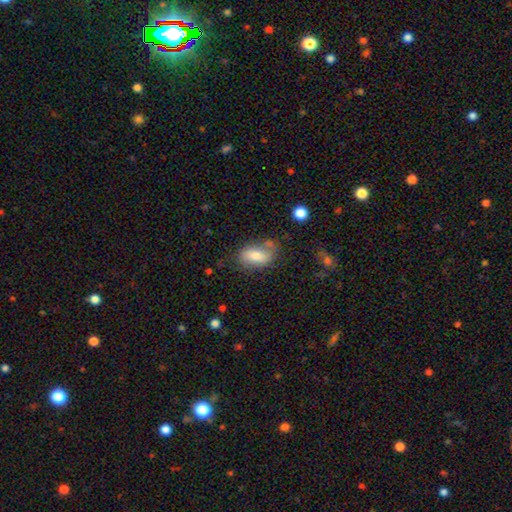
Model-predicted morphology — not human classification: smooth-or-featured: smooth: 73% | featured or disk: 19% | star or artifact: 8%
  how-rounded: in between: 90% | round: 7% | cigar-shaped: 3%
  merging: none: 57% | minor disturbance: 25% | major disturbance: 9% | merger: 8%